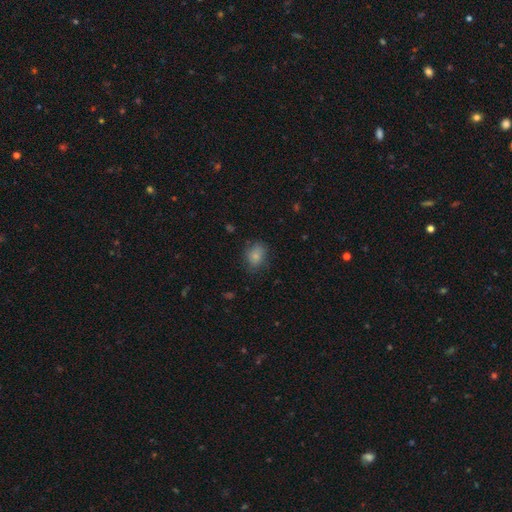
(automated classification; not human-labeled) smooth-or-featured: smooth: 79% | featured or disk: 11% | star or artifact: 10%
  how-rounded: in between: 55% | round: 43% | cigar-shaped: 1%
  merging: none: 69% | minor disturbance: 22% | major disturbance: 7% | merger: 1%